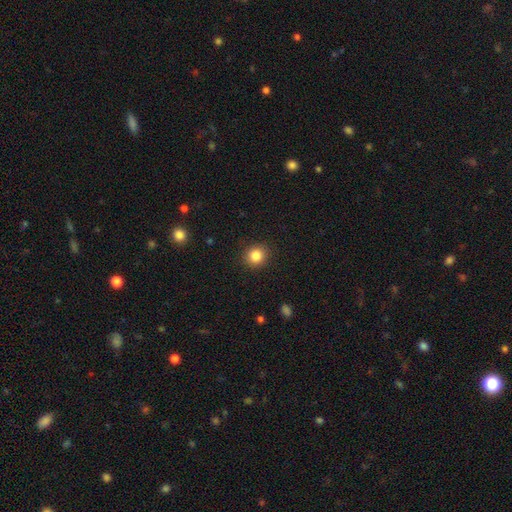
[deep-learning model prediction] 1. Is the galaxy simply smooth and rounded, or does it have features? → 84% smooth, 11% star or artifact, 5% featured or disk.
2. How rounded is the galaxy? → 88% round, 11% in between, 1% cigar-shaped.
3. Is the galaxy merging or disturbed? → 90% none, 7% minor disturbance, 2% major disturbance, 1% merger.